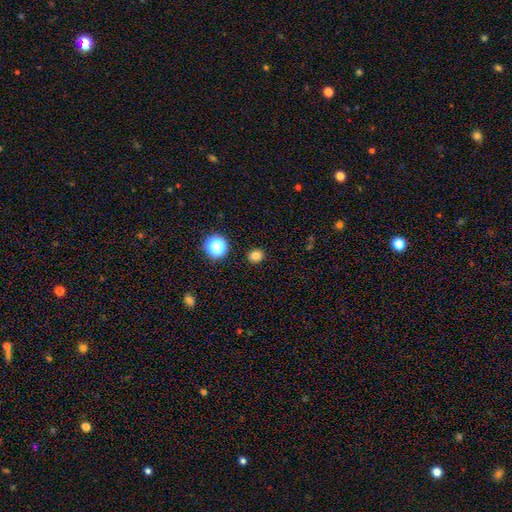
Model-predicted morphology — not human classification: smooth_or_featured: smooth (p=0.81) [alt: star or artifact p=0.15]
how_rounded: round (p=0.79) [alt: in between p=0.20]
merging: none (p=0.90) [alt: minor disturbance p=0.06]